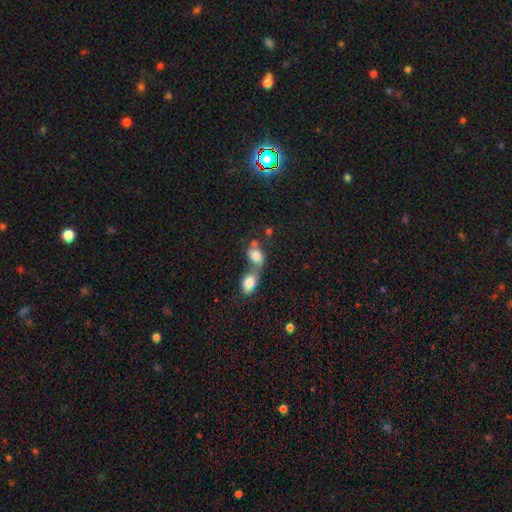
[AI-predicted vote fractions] smooth-or-featured: smooth: 76% | featured or disk: 14% | star or artifact: 10%
  how-rounded: in between: 64% | round: 34% | cigar-shaped: 2%
  merging: merger: 73% | none: 16% | minor disturbance: 6% | major disturbance: 5%